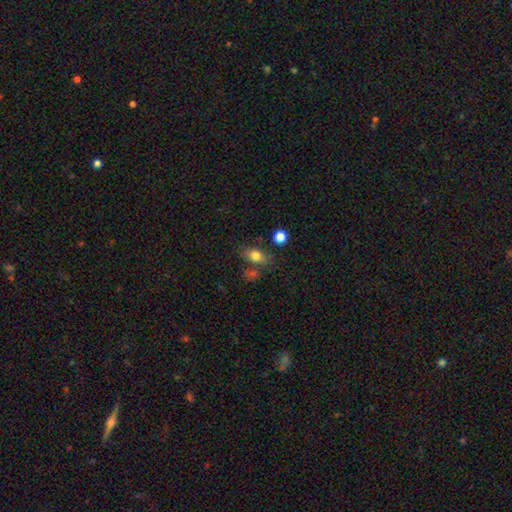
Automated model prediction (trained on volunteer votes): smooth 77%, featured or disk 13%, star or artifact 10%. Down the decision tree: how rounded — in between (76%); merging — none (67%).